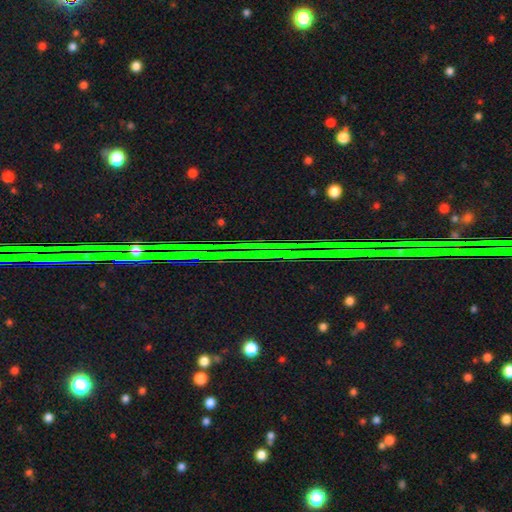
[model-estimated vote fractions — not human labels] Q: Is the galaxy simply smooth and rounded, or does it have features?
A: star or artifact — 81%.